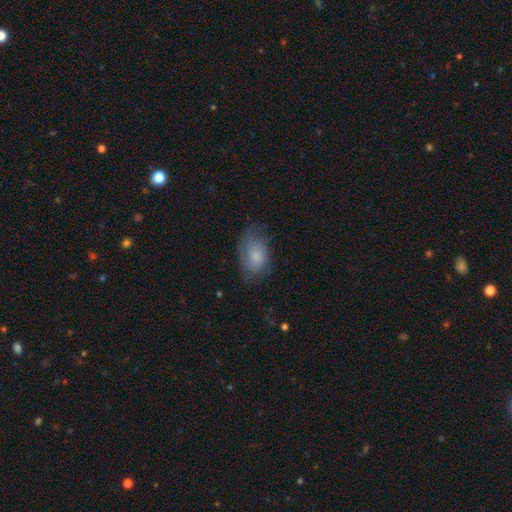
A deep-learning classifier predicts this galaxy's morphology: Smooth or featured?
  - smooth: 49% *
  - featured or disk: 43%
  - star or artifact: 8%
Merging?
  - none: 61% *
  - minor disturbance: 26%
  - major disturbance: 12%
  - merger: 1%